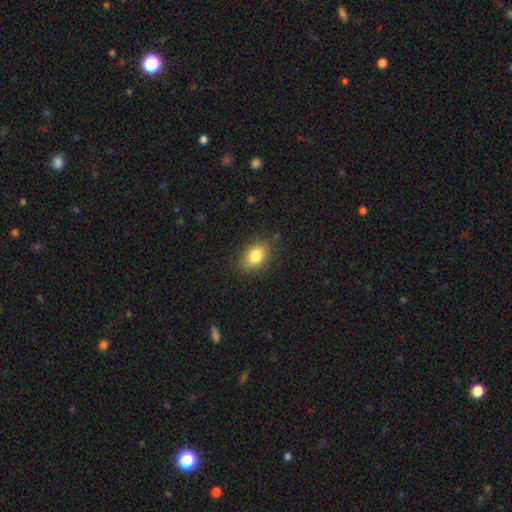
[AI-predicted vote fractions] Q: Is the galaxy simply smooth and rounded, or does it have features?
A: smooth — 82%.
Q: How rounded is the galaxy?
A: in between — 80%.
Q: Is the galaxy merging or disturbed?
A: none — 82%.